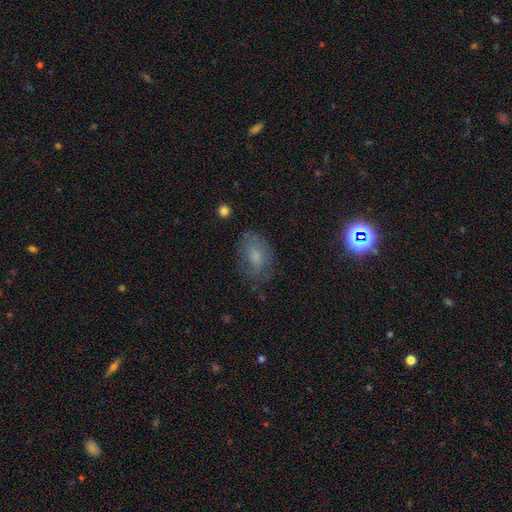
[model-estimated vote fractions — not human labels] The model was most divided on "smooth or featured": smooth: 60%, featured or disk: 26%, star or artifact: 14%. More confident: how rounded — in between (83%); merging — none (65%).